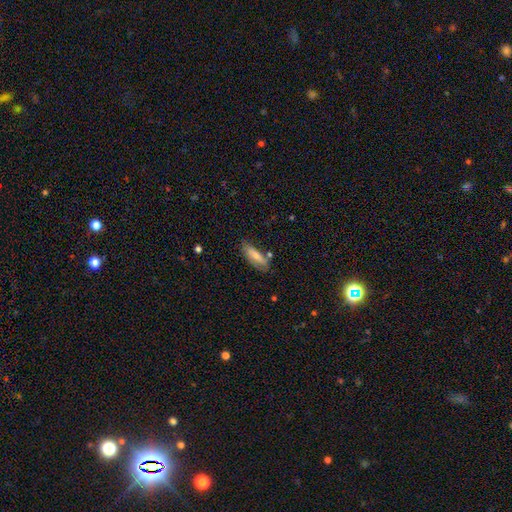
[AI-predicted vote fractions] Smooth or featured? smooth (63%)
How rounded? in between (61%)
Merging? none (66%)